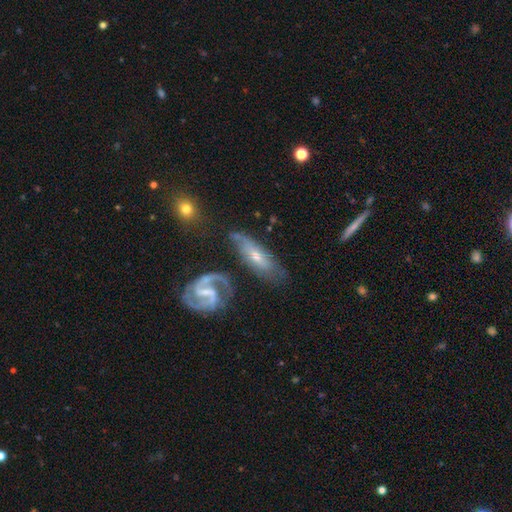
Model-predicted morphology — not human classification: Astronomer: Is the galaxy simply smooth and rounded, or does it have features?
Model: featured or disk — 68%.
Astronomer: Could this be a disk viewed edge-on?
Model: no — 79%.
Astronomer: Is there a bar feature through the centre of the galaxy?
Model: no — 46% (runner-up: weak, 38%).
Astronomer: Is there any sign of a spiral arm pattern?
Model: yes — 84%.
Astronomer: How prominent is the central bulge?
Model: small — 52% (runner-up: moderate, 42%).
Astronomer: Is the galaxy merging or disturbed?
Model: none — 58%.